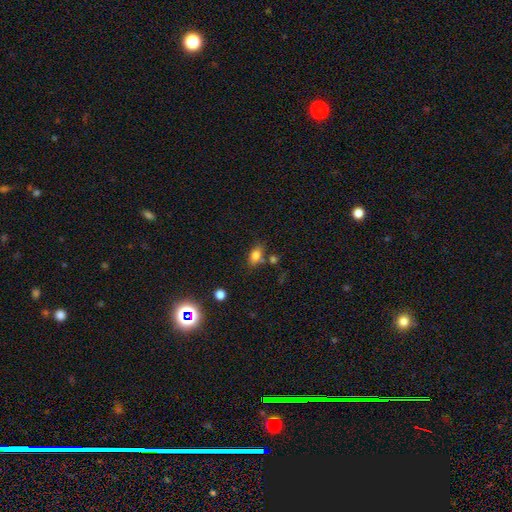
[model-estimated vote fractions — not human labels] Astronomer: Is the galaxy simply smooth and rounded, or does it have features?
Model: smooth — 79%.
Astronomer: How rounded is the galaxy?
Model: in between — 82%.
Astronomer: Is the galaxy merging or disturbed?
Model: none — 69%.